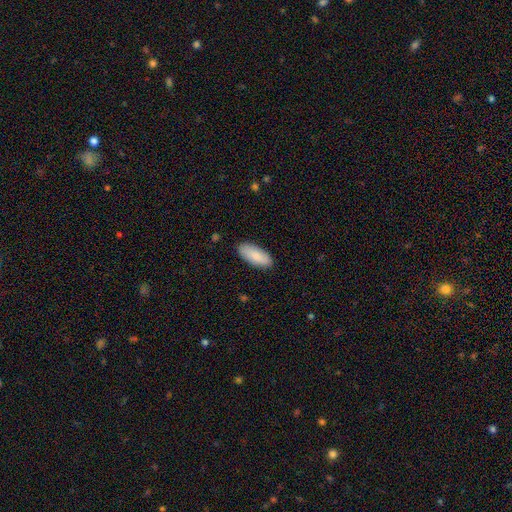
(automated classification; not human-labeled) This is clearly a smooth galaxy (87%). How rounded: clearly in between (82%). Merging: clearly none (88%).